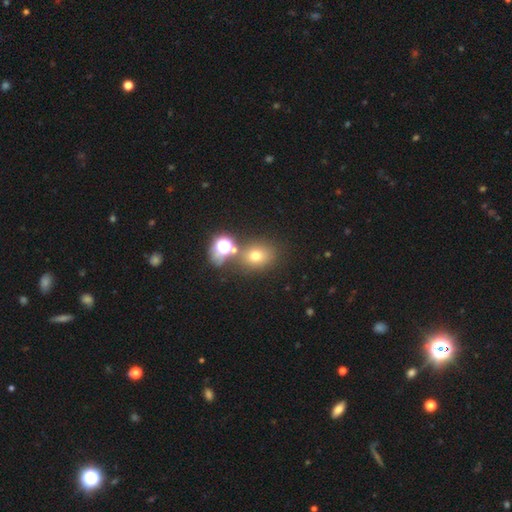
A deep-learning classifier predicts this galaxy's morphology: This is likely a smooth galaxy (65%). How rounded: likely round (61%). Merging: likely none (63%).